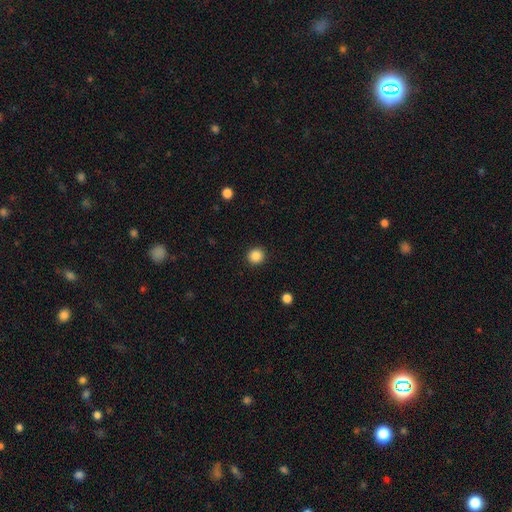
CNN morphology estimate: A smooth galaxy with no disk features (87%) that is round (93%). Merging: none (92%).